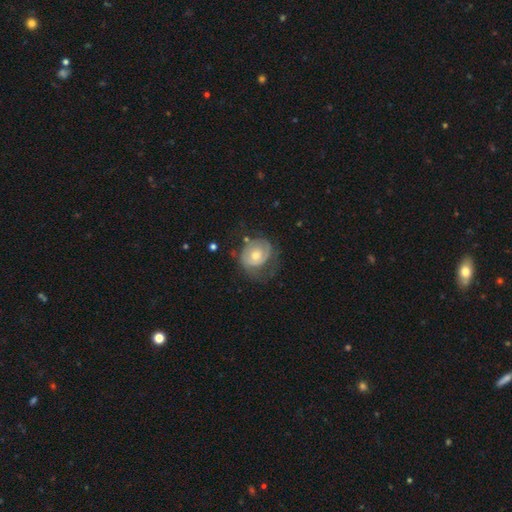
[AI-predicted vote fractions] Smooth or featured: featured or disk — 64% (smooth — 30%)
Edge-on disk: no — 97% (yes — 3%)
Bar: no — 75% (weak — 21%)
Spiral arms: yes — 77% (no — 23%)
Bulge size: moderate — 65% (small — 25%)
Merging: none — 47% (minor disturbance — 27%)